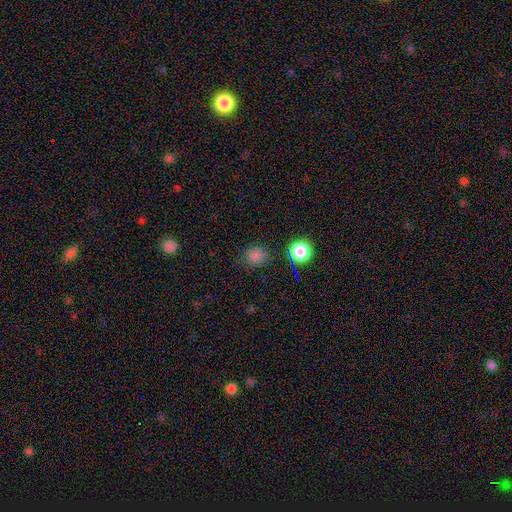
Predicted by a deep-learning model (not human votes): Smooth or featured?
  - smooth: 79% *
  - star or artifact: 17%
  - featured or disk: 4%
How rounded?
  - round: 73% *
  - in between: 25%
  - cigar-shaped: 1%
Merging?
  - none: 82% *
  - minor disturbance: 12%
  - major disturbance: 4%
  - merger: 2%